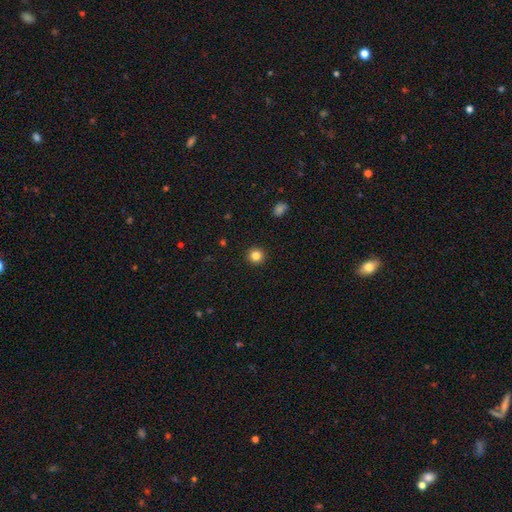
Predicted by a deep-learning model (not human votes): A smooth galaxy with no disk features (84%) that is round (94%).

Vote fractions:
- Smooth or featured? smooth: 84% / star or artifact: 11% / featured or disk: 5%
- How rounded? round: 94% / in between: 5% / cigar-shaped: 1%
- Merging? none: 93% / minor disturbance: 5% / major disturbance: 2% / merger: 1%